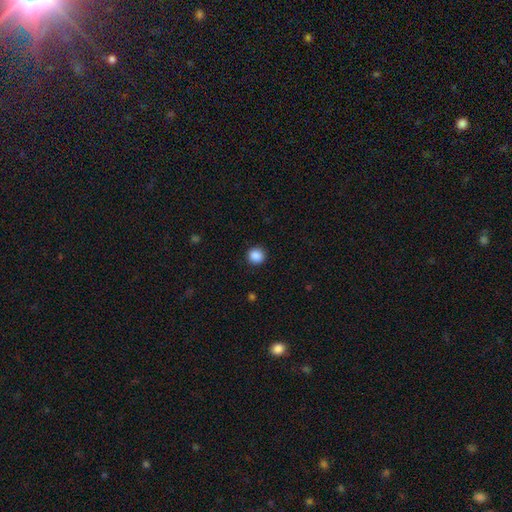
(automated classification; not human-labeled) The model was most divided on "smooth or featured": smooth: 88%, star or artifact: 10%, featured or disk: 2%. More confident: how rounded — round (94%); merging — none (91%).